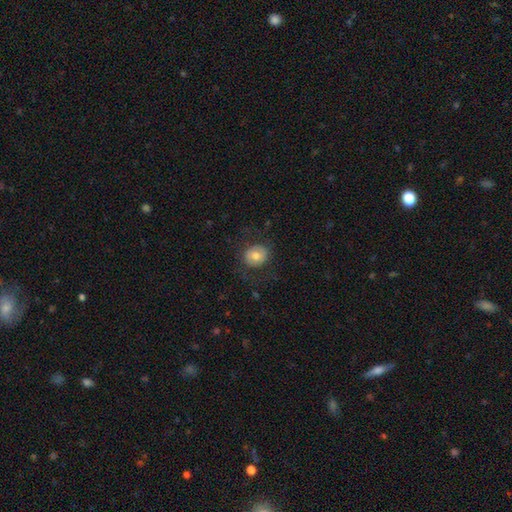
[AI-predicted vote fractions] Smooth or featured? smooth (67%)
How rounded? round (71%)
Merging? none (77%)